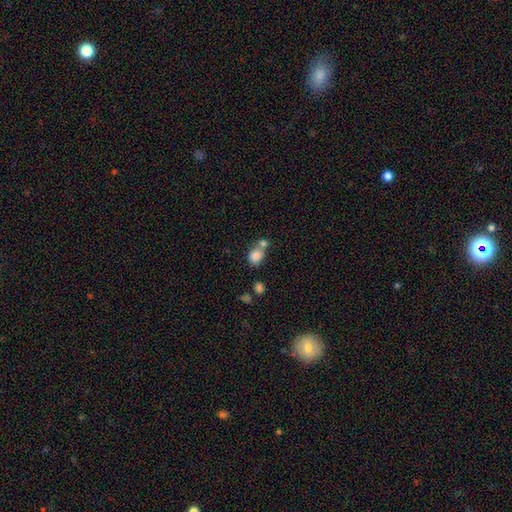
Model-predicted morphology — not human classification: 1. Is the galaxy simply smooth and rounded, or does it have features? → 82% smooth, 10% star or artifact, 9% featured or disk.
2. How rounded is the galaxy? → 59% round, 40% in between, 1% cigar-shaped.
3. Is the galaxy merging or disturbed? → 44% merger, 41% none, 10% minor disturbance, 5% major disturbance.